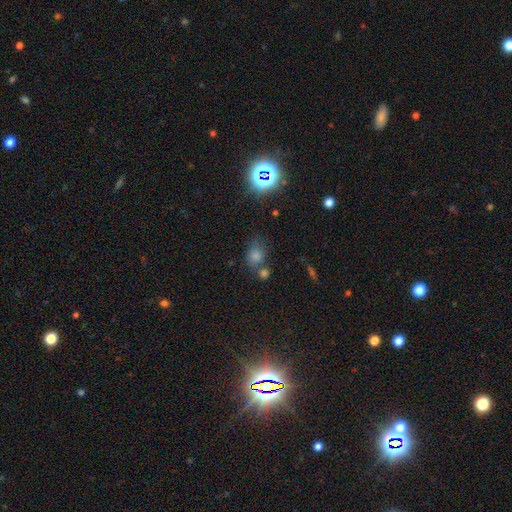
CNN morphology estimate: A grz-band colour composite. It shows a smooth galaxy with no disk features (57%) that is round (51%). Merging: none (57%).